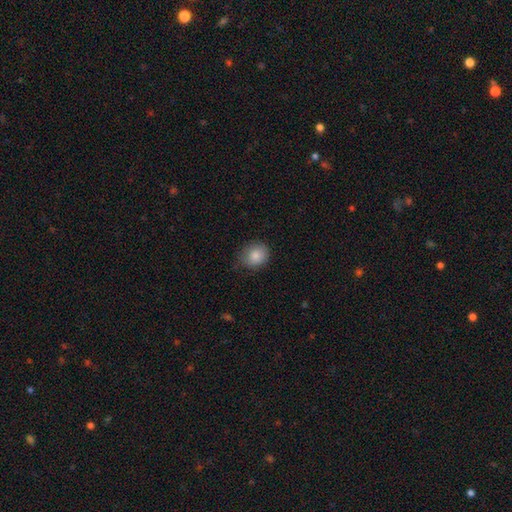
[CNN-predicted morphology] This is clearly a smooth galaxy (84%). How rounded: likely round (68%). Merging: likely none (72%).